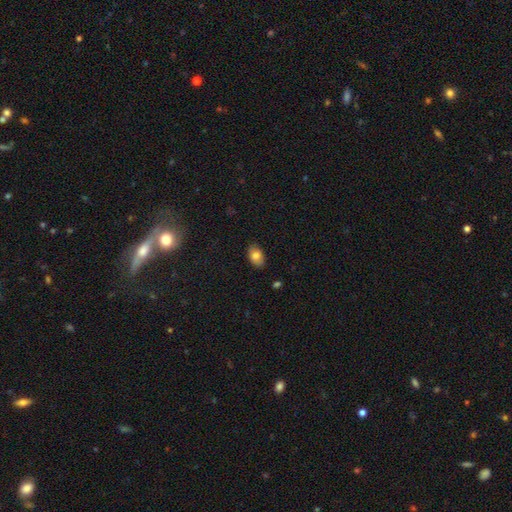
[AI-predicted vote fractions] Smooth or featured?
  - smooth: 81% *
  - featured or disk: 11%
  - star or artifact: 8%
How rounded?
  - in between: 89% *
  - round: 10%
  - cigar-shaped: 1%
Merging?
  - none: 84% *
  - minor disturbance: 12%
  - major disturbance: 2%
  - merger: 1%